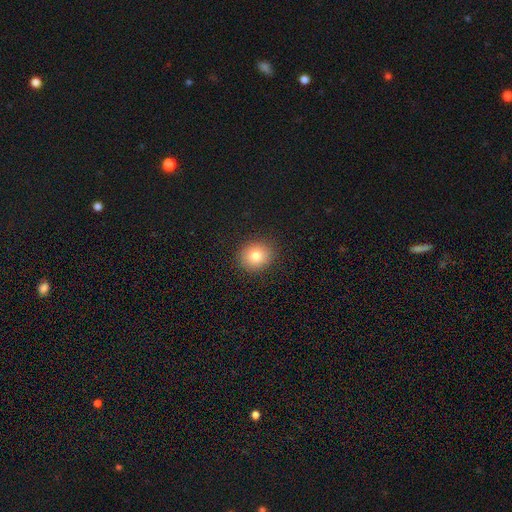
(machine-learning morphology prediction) Smooth or featured?
  - smooth: 78% *
  - star or artifact: 12%
  - featured or disk: 10%
How rounded?
  - round: 80% *
  - in between: 19%
  - cigar-shaped: 1%
Merging?
  - none: 90% *
  - minor disturbance: 7%
  - major disturbance: 2%
  - merger: 1%